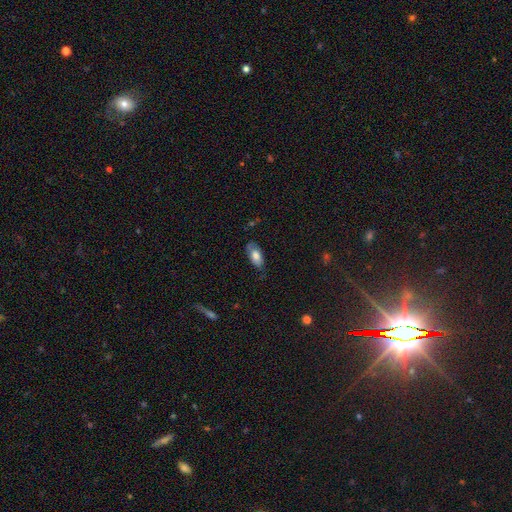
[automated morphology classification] The model was most divided on "merging": none: 71%, minor disturbance: 23%, major disturbance: 5%, merger: 1%. More confident: how rounded — in between (90%); smooth or featured — smooth (73%).